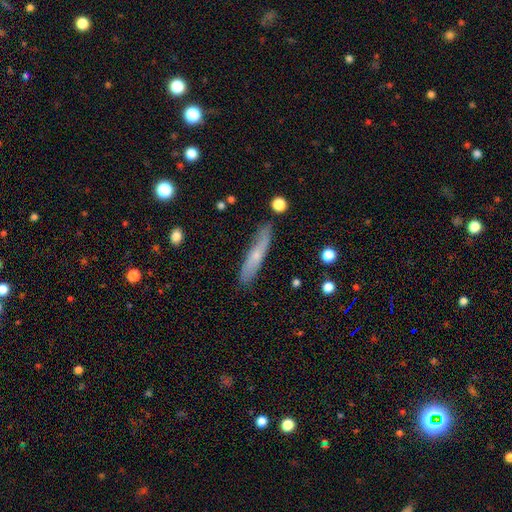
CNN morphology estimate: Smooth or featured? Predicted: smooth (p=0.54). How rounded? Predicted: cigar-shaped (p=0.86). Merging? Predicted: none (p=0.80).